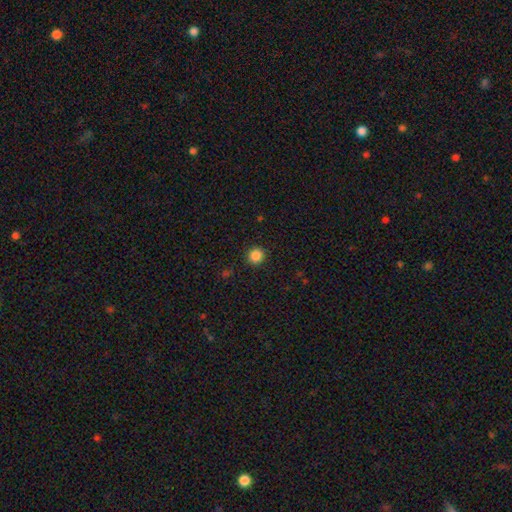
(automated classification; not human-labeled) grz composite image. It shows a smooth galaxy with no disk features (86%) that is round (92%). Merging: none (92%).